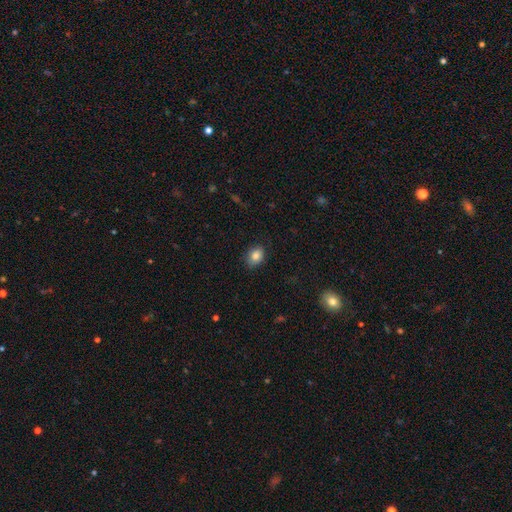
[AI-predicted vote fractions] Smooth or featured?
  - smooth: 84% *
  - star or artifact: 9%
  - featured or disk: 6%
How rounded?
  - in between: 62% *
  - round: 37%
  - cigar-shaped: 1%
Merging?
  - none: 81% *
  - minor disturbance: 15%
  - major disturbance: 3%
  - merger: 1%